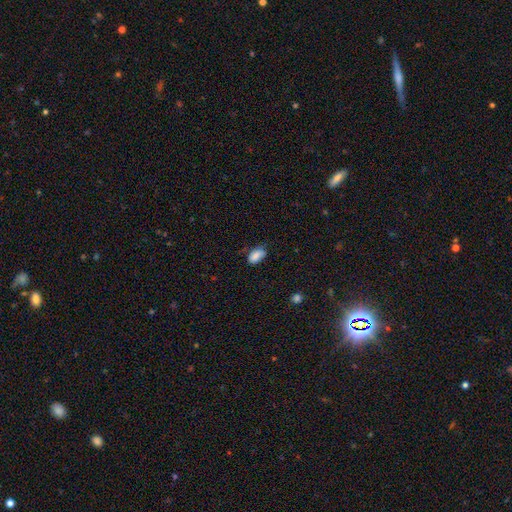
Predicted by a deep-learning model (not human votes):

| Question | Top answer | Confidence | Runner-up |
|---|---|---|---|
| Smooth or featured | smooth | 84% | featured or disk (8%) |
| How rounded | in between | 92% | round (5%) |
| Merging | none | 61% | minor disturbance (31%) |